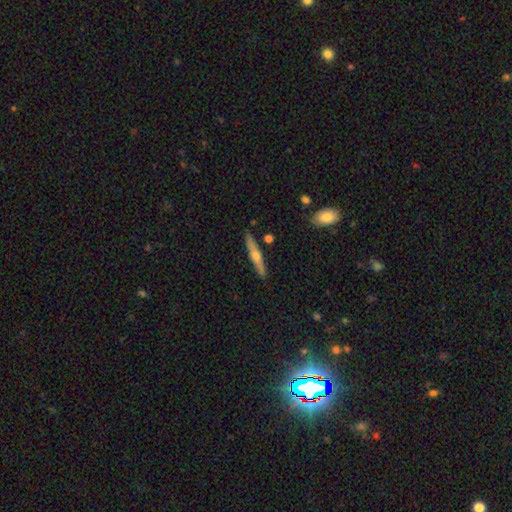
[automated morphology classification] smooth_or_featured: featured or disk (p=0.65) [alt: smooth p=0.28]
disk_edge_on: yes (p=0.97) [alt: no p=0.03]
edge_on_bulge: rounded (p=0.90) [alt: none p=0.07]
merging: none (p=0.90) [alt: minor disturbance p=0.07]